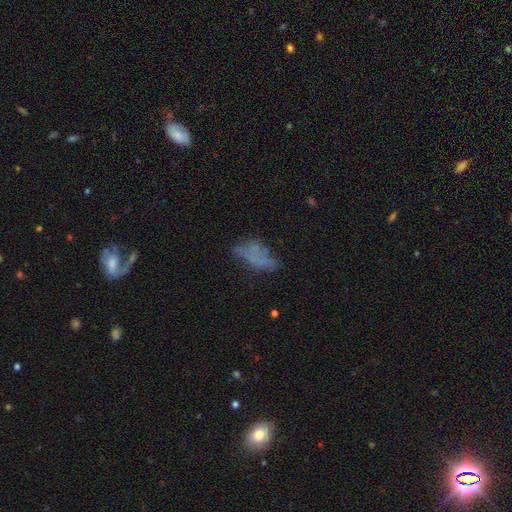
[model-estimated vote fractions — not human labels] smooth 43%, featured or disk 40%, star or artifact 17%. Down the decision tree: merging — none (46%).